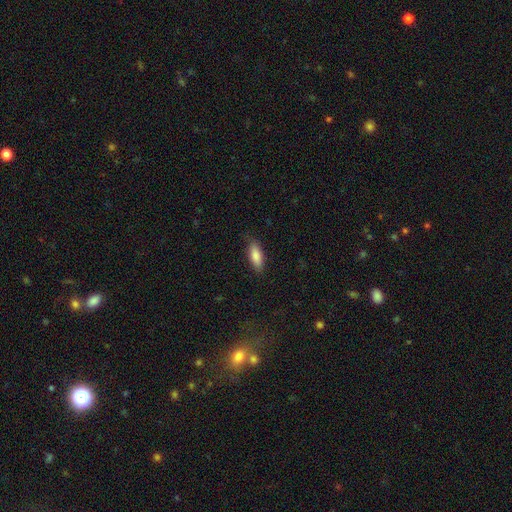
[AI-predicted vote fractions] smooth-or-featured: smooth: 85% | featured or disk: 9% | star or artifact: 6%
  how-rounded: in between: 72% | cigar-shaped: 26% | round: 2%
  merging: none: 83% | minor disturbance: 13% | major disturbance: 3% | merger: 1%